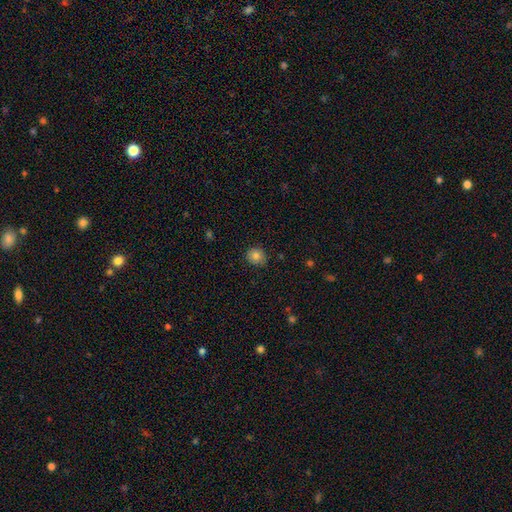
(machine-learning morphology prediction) A smooth galaxy with no disk features (83%) that is round (83%).

Vote fractions:
- Smooth or featured? smooth: 83% / star or artifact: 10% / featured or disk: 7%
- How rounded? round: 83% / in between: 16% / cigar-shaped: 1%
- Merging? none: 85% / minor disturbance: 12% / major disturbance: 2% / merger: 1%